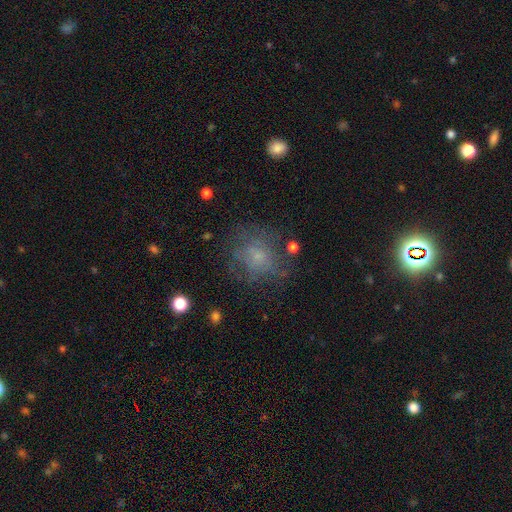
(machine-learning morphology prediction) A smooth galaxy with no disk features (44%). Merging: none (66%).